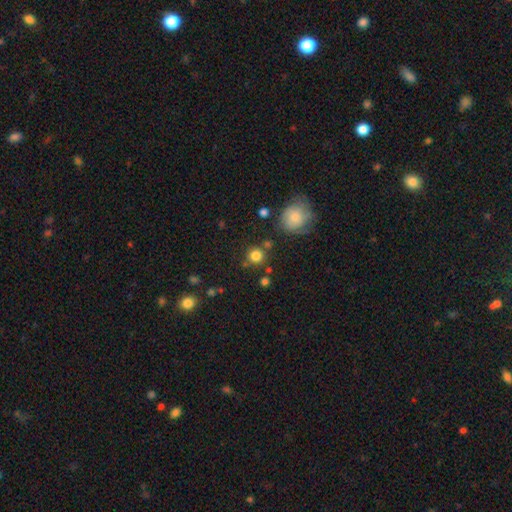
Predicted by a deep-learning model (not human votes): Q: Smooth or featured?
A: smooth (82%); runner-up: star or artifact (12%)
Q: How rounded?
A: round (92%); runner-up: in between (7%)
Q: Merging?
A: none (78%); runner-up: minor disturbance (10%)